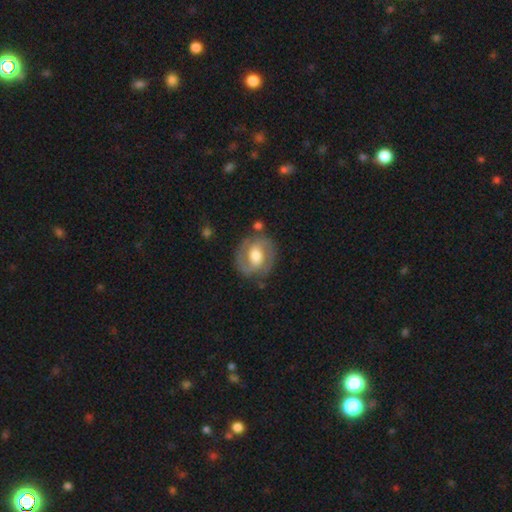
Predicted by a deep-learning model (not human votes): The model was most divided on "spiral winding": medium: 46%, tight: 38%, loose: 15%. Remaining: edge-on disk — no (97%); spiral arm count — 2 (85%); spiral arms — yes (80%); merging — none (76%); smooth or featured — featured or disk (71%); bulge size — moderate (59%); bar — weak (42%).